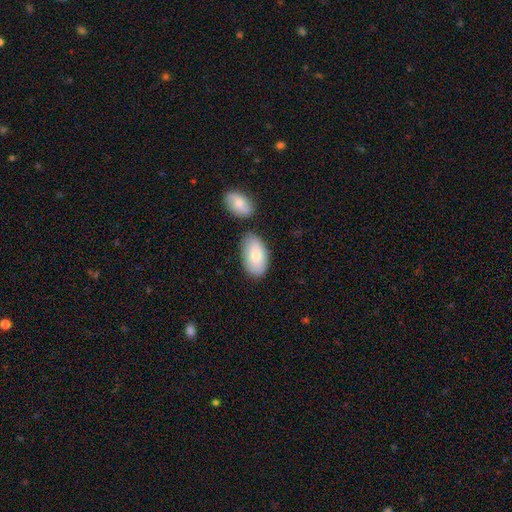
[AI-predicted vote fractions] A smooth galaxy with no disk features (81%) that is in between round and cigar-shaped (95%). Merging: none (70%).